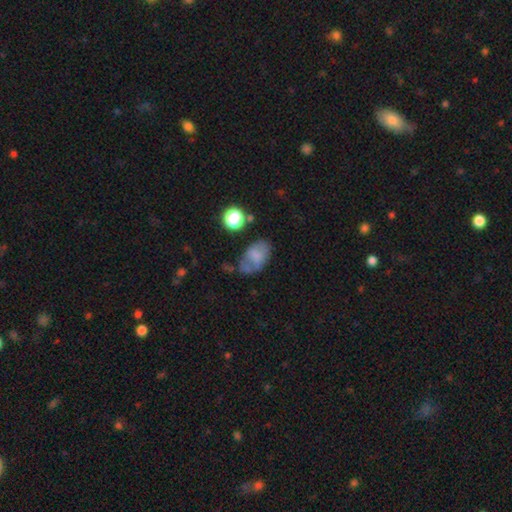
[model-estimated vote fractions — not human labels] Smooth or featured? smooth (62%)
How rounded? in between (86%)
Merging? none (49%)